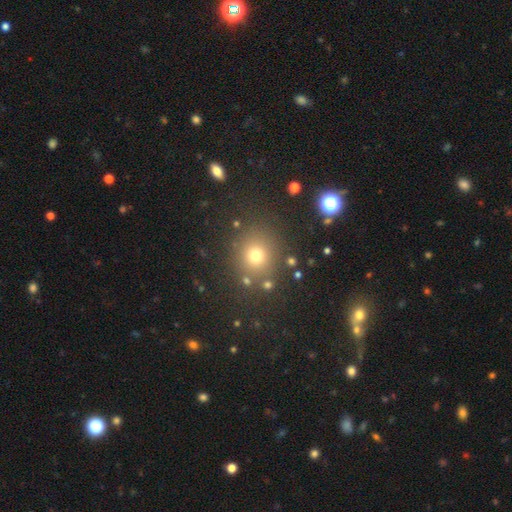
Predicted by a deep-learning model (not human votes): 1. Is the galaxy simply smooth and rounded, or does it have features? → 72% smooth, 20% star or artifact, 8% featured or disk.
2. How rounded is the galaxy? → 87% round, 12% in between, 1% cigar-shaped.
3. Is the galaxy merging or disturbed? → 84% none, 8% minor disturbance, 4% merger, 4% major disturbance.